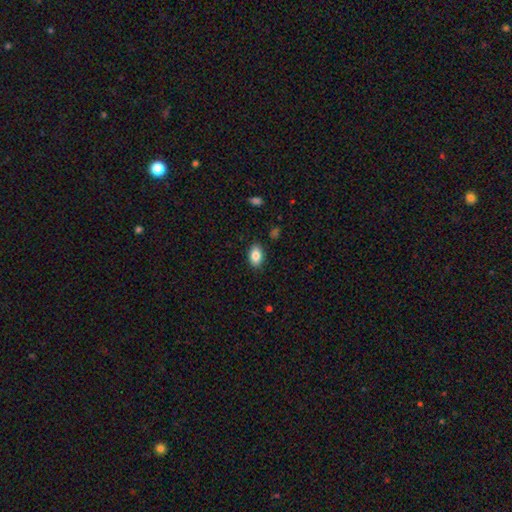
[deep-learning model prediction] This is clearly a smooth galaxy (85%). How rounded: clearly in between (88%). Merging: clearly none (87%).